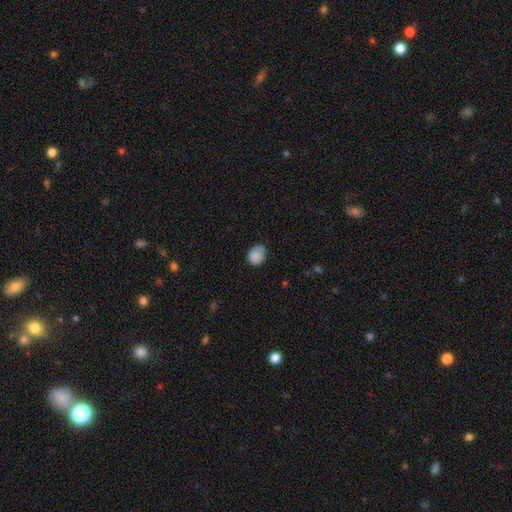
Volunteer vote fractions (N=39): smooth 90%, star or artifact 8%, featured or disk 3%. Down the decision tree: how rounded — round (51%); merging — none (64%).